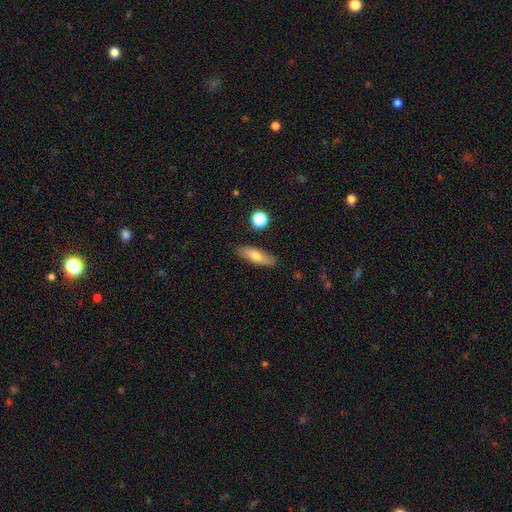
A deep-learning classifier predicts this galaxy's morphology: smooth_or_featured: smooth (p=0.69) [alt: featured or disk p=0.23]
how_rounded: cigar-shaped (p=0.48) [tied with: in between p=0.48]
merging: none (p=0.85) [alt: minor disturbance p=0.11]